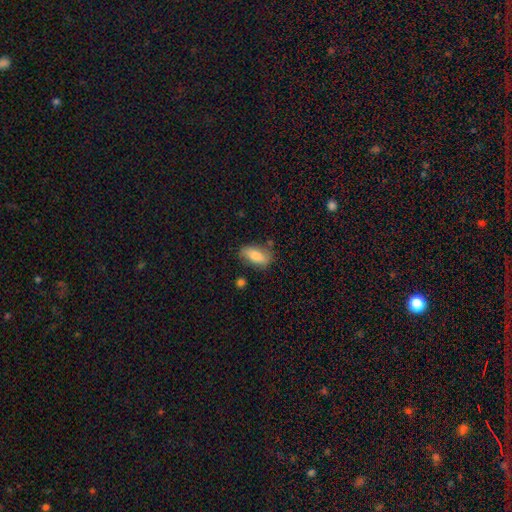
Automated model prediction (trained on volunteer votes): A smooth galaxy with no disk features (78%) that is in between round and cigar-shaped (84%).

Vote fractions:
- Smooth or featured? smooth: 78% / featured or disk: 15% / star or artifact: 7%
- How rounded? in between: 84% / cigar-shaped: 12% / round: 4%
- Merging? none: 73% / minor disturbance: 18% / merger: 4% / major disturbance: 4%